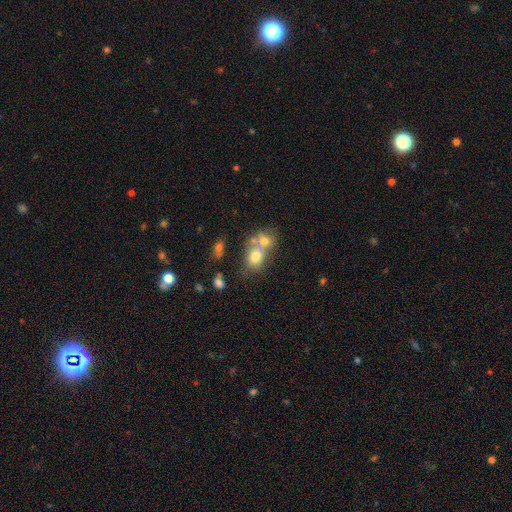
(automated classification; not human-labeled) This appears to be a smooth galaxy with no disk features (68%) that is round (50%). Merging: merger (58%).